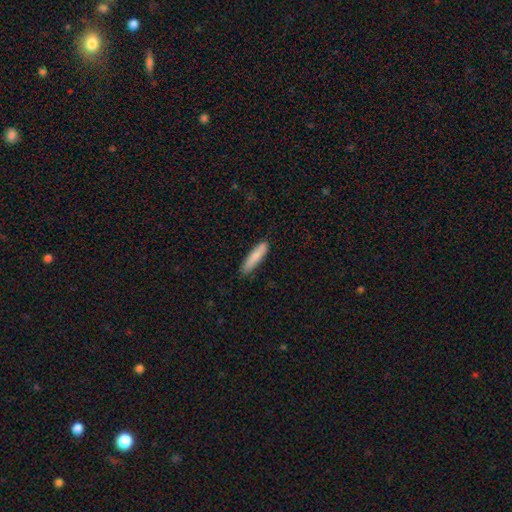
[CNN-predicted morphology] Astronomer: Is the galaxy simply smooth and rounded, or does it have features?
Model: smooth — 77%.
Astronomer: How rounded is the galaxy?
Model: cigar-shaped — 78%.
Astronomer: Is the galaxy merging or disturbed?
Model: none — 84%.